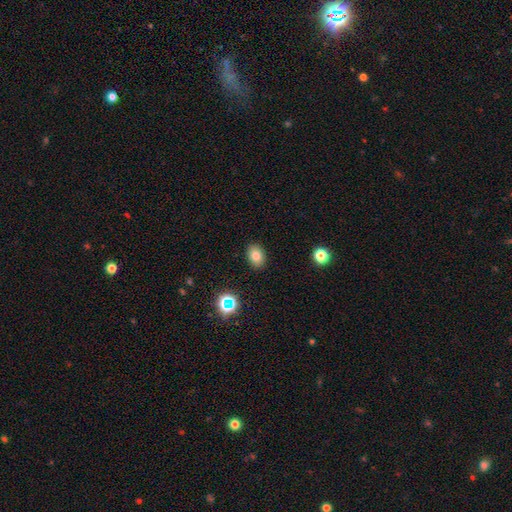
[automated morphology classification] Q: Smooth or featured?
A: smooth (79%); runner-up: star or artifact (13%)
Q: How rounded?
A: in between (75%); runner-up: round (24%)
Q: Merging?
A: none (89%); runner-up: minor disturbance (8%)